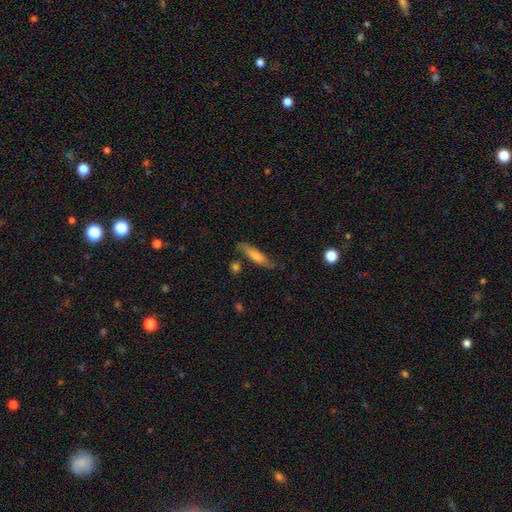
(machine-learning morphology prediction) smooth-or-featured: smooth: 55% | featured or disk: 37% | star or artifact: 8%
  how-rounded: cigar-shaped: 74% | in between: 23% | round: 3%
  merging: none: 69% | minor disturbance: 21% | major disturbance: 6% | merger: 4%